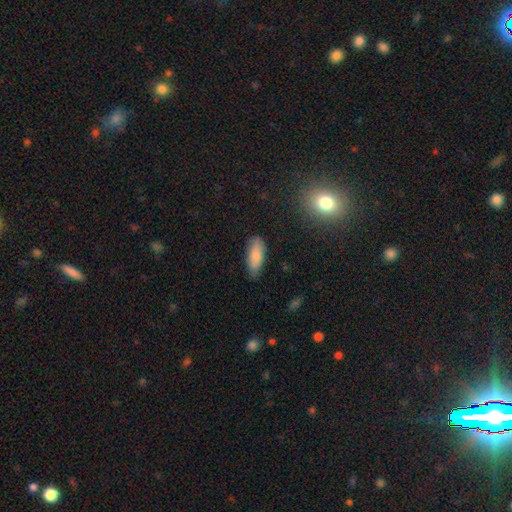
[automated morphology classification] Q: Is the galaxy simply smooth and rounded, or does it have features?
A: smooth — 82%.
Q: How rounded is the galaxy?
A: in between — 82%.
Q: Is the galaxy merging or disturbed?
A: none — 77%.